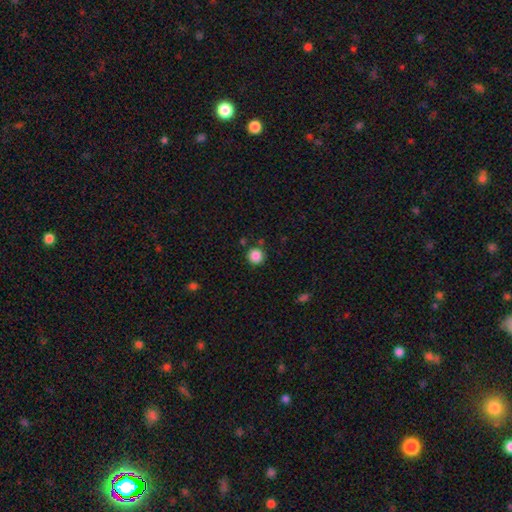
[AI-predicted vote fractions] This is clearly a smooth galaxy (86%). How rounded: clearly round (95%). Merging: clearly none (87%).